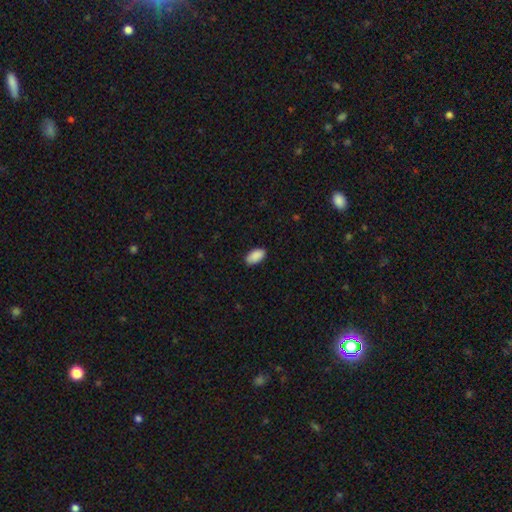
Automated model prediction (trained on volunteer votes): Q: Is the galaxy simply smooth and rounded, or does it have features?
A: smooth — 90%.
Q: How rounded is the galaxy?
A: in between — 95%.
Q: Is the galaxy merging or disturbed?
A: none — 86%.